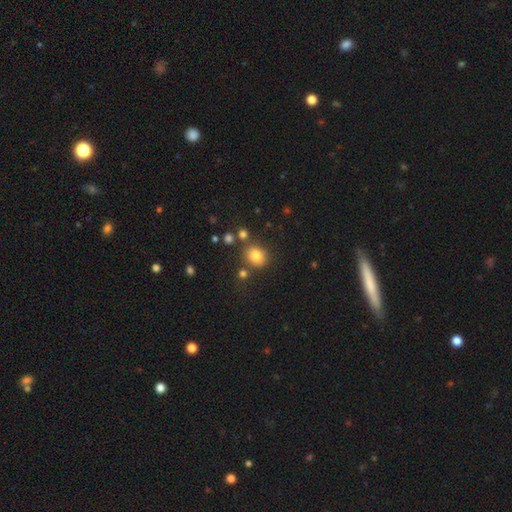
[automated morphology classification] Overall: smooth (80%). How rounded: round (67%; in between 32%). Merging: none (74%).